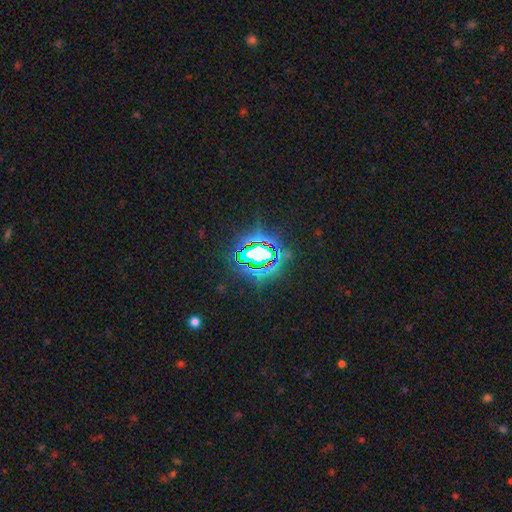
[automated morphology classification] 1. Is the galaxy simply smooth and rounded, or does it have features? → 74% star or artifact, 14% smooth, 11% featured or disk.